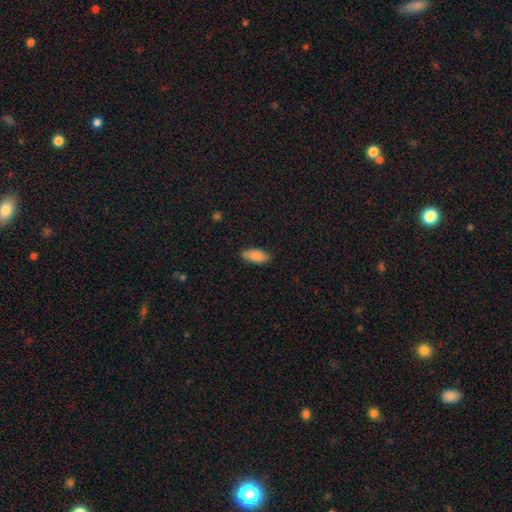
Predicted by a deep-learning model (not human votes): smooth_or_featured: smooth (p=0.87) [alt: star or artifact p=0.06]
how_rounded: in between (p=0.86) [alt: cigar-shaped p=0.12]
merging: none (p=0.86) [alt: minor disturbance p=0.11]